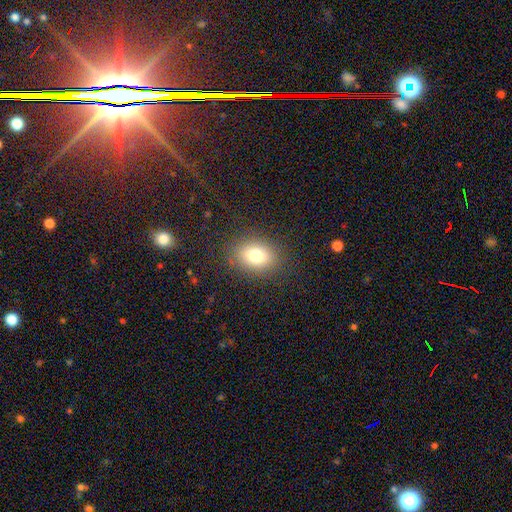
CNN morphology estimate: Smooth or featured?
  - smooth: 79% *
  - star or artifact: 11%
  - featured or disk: 10%
How rounded?
  - in between: 64% *
  - round: 35%
  - cigar-shaped: 1%
Merging?
  - none: 87% *
  - minor disturbance: 9%
  - major disturbance: 4%
  - merger: 1%